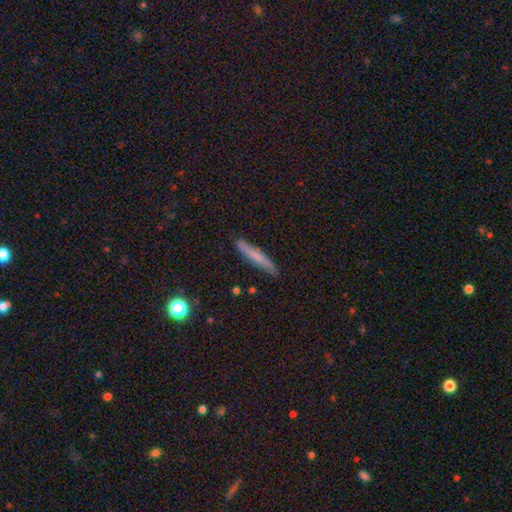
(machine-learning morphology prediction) This is likely a smooth galaxy (64%). How rounded: clearly cigar-shaped (94%). Merging: clearly none (86%).